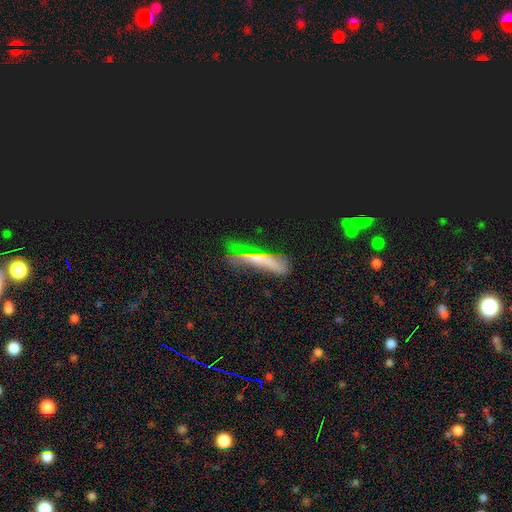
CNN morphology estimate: featured or disk 41%, smooth 35%, star or artifact 24%. Down the decision tree: merging — none (41%).